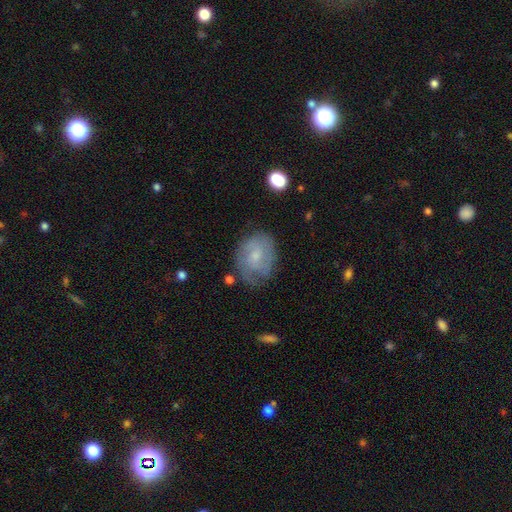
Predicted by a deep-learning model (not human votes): This is possibly a featured or disk galaxy (57%). It is clearly not viewed edge-on (97%). Bar: likely no (64%). Spiral arm pattern: likely yes (78%). Central bulge: possibly small (56%). Merging: likely none (63%).